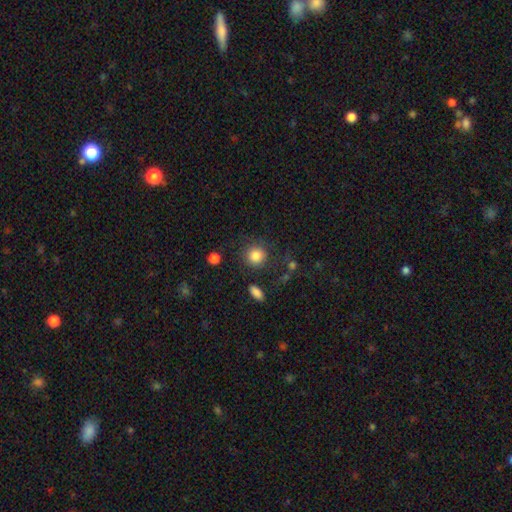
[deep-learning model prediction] Morphology: type=smooth (85%); roundness=round (88%); merging=none (81%).